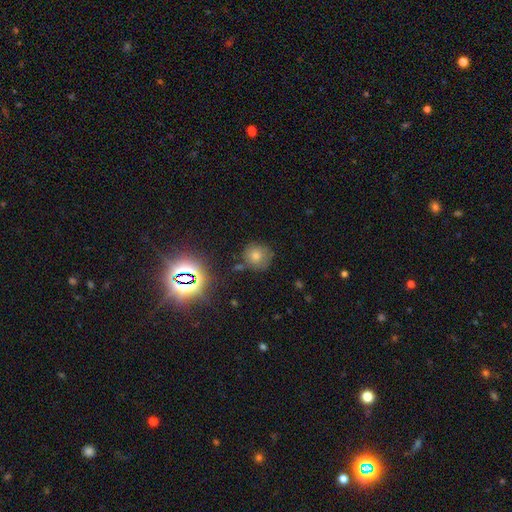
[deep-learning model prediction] The model was most divided on "smooth or featured": smooth: 49%, star or artifact: 36%, featured or disk: 15%. More confident: merging — none (79%).